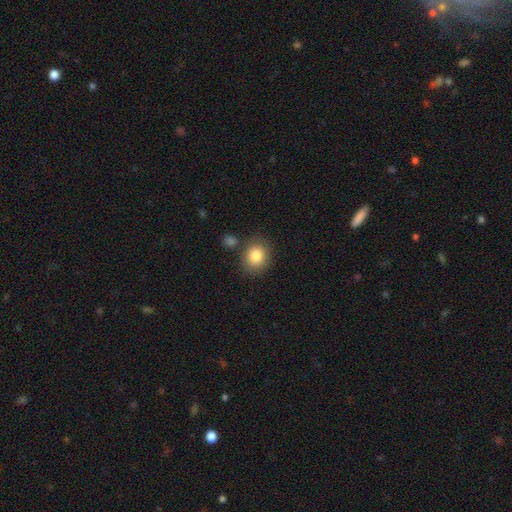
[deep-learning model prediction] smooth_or_featured: smooth (p=0.84) [alt: star or artifact p=0.09]
how_rounded: round (p=0.69) [alt: in between p=0.30]
merging: none (p=0.77) [alt: minor disturbance p=0.12]